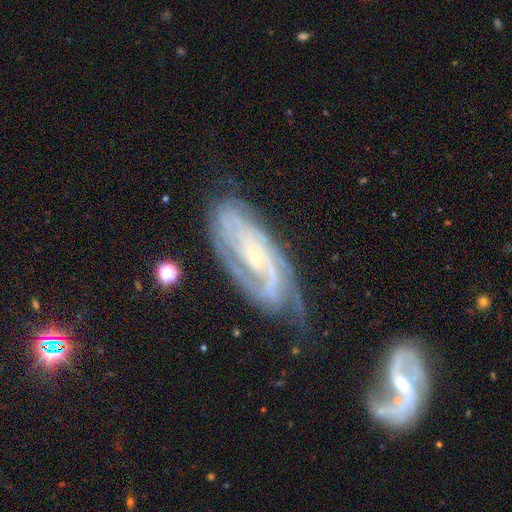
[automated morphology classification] smooth-or-featured: featured or disk: 88% | star or artifact: 6% | smooth: 6%
  disk-edge-on: no: 94% | yes: 6%
    bar: no: 58% | weak: 28% | strong: 13%
    has-spiral-arms: yes: 97% | no: 3%
      spiral-winding: tight: 64% | medium: 30% | loose: 6%
      spiral-arm-count: 2: 37% | 3: 22% | can't tell: 21% | 4: 9% | 1: 6% | more than 4: 6%
    bulge-size: small: 80% | moderate: 17% | none: 2% | large: 1% | dominant: 1%
  merging: none: 60% | minor disturbance: 24% | major disturbance: 11% | merger: 5%